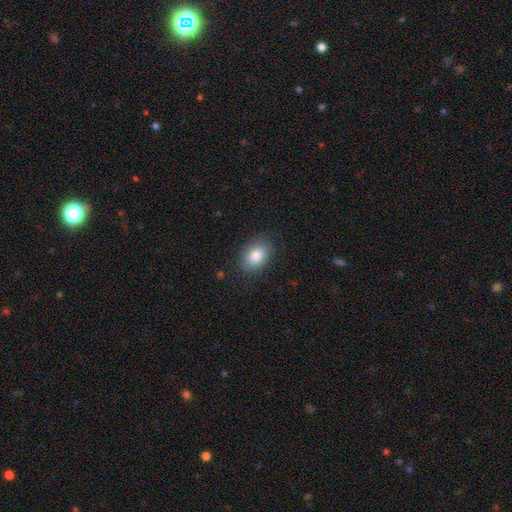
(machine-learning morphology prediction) A smooth galaxy with no disk features (84%) that is in between round and cigar-shaped (80%). Merging: none (86%).